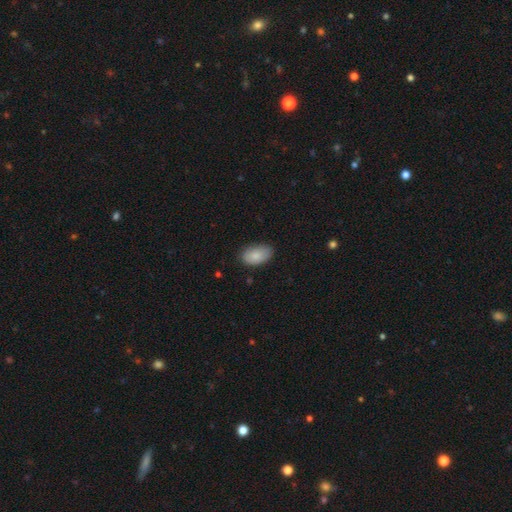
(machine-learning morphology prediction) smooth_or_featured: smooth (p=0.86) [alt: featured or disk p=0.08]
how_rounded: in between (p=0.93) [alt: round p=0.05]
merging: none (p=0.80) [alt: minor disturbance p=0.17]